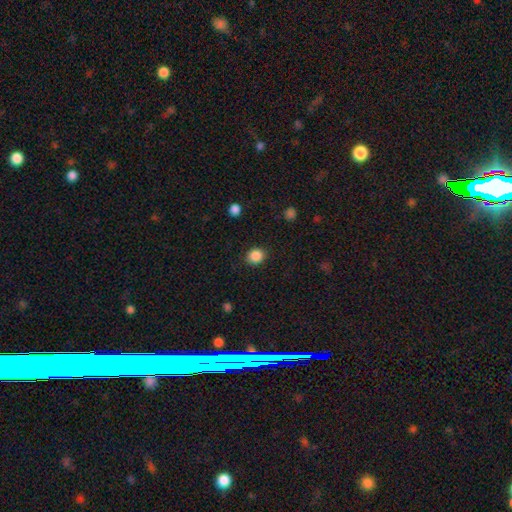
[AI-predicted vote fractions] smooth-or-featured: smooth: 87% | star or artifact: 10% | featured or disk: 3%
  how-rounded: round: 73% | in between: 26% | cigar-shaped: 1%
  merging: none: 87% | minor disturbance: 9% | major disturbance: 3% | merger: 1%